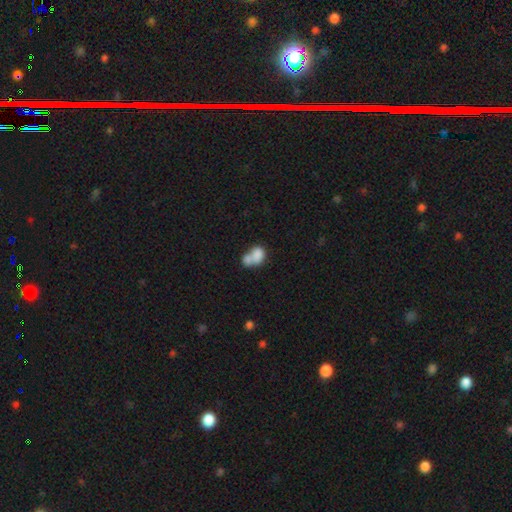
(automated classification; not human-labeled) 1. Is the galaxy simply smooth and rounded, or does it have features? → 76% smooth, 15% featured or disk, 9% star or artifact.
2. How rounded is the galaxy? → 66% in between, 32% round, 1% cigar-shaped.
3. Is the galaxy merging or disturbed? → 69% merger, 18% none, 8% minor disturbance, 5% major disturbance.